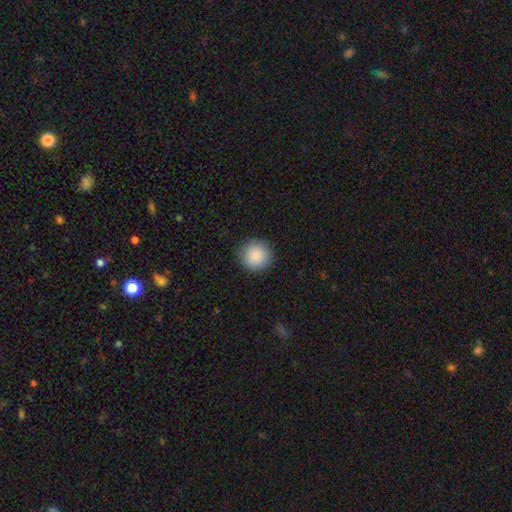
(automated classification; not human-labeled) smooth 88%, star or artifact 8%, featured or disk 4%. Down the decision tree: how rounded — round (95%); merging — none (90%).